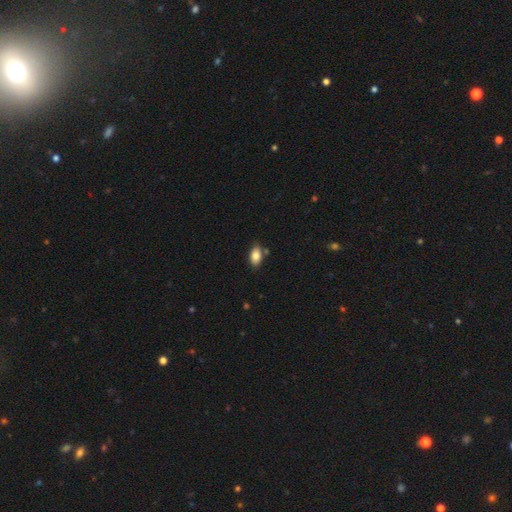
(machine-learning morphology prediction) Overall: smooth (83%). How rounded: in between (91%). Merging: none (78%).